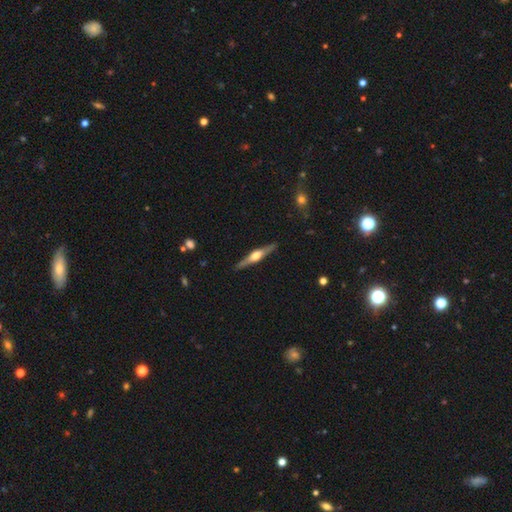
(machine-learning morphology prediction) Smooth or featured? Predicted: featured or disk (p=0.74). Edge-on disk? Predicted: yes (p=0.98). Edge-on bulge? Predicted: rounded (p=0.92). Merging? Predicted: none (p=0.90).